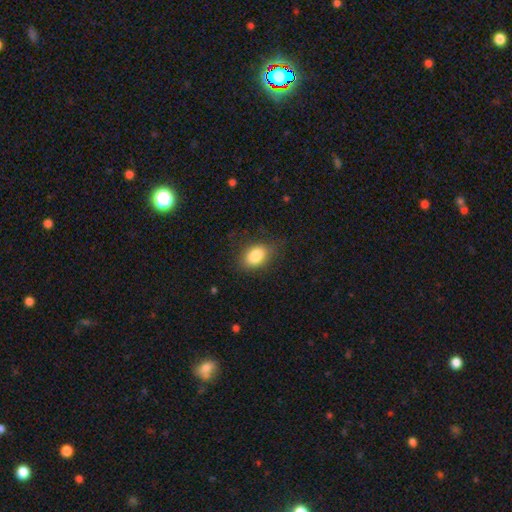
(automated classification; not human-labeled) smooth-or-featured: smooth: 84% | star or artifact: 8% | featured or disk: 8%
  how-rounded: in between: 82% | round: 16% | cigar-shaped: 2%
  merging: none: 74% | minor disturbance: 18% | major disturbance: 7% | merger: 1%